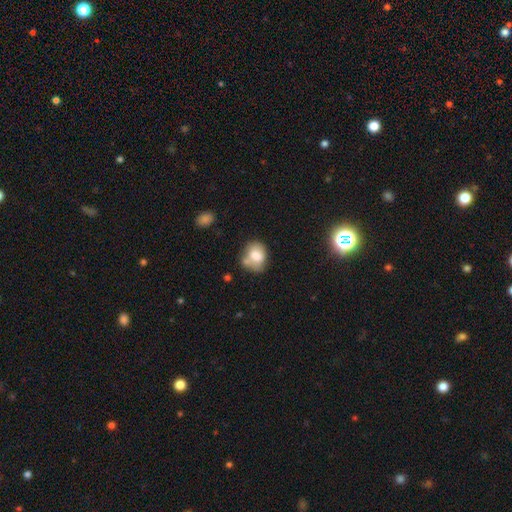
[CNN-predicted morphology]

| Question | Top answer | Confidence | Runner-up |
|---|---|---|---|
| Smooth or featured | smooth | 74% | featured or disk (17%) |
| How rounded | in between | 50% | round (49%) |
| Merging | none | 43% | merger (26%) |